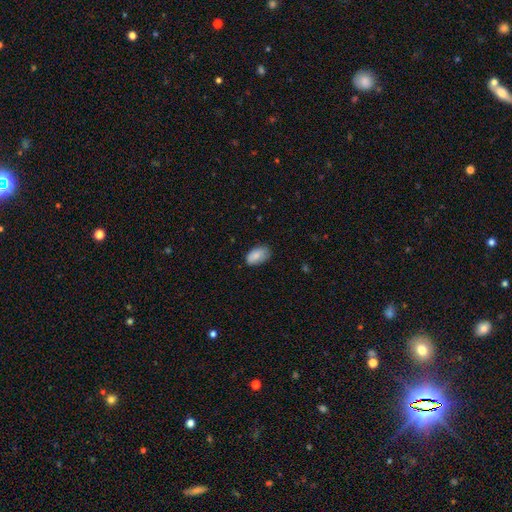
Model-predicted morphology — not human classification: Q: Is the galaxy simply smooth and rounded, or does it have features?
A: smooth — 85%.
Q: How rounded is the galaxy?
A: in between — 94%.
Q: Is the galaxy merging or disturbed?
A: none — 72%.